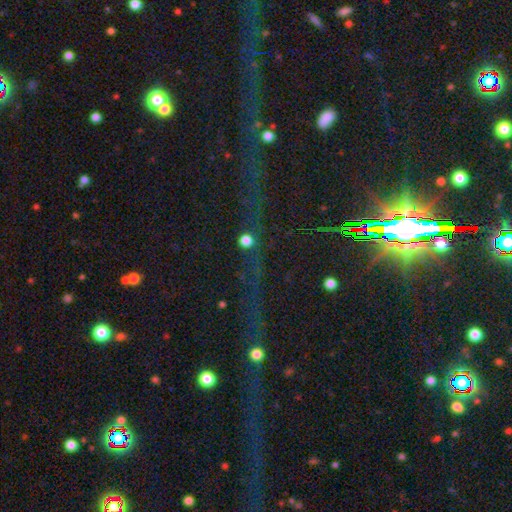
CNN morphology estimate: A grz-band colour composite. It shows a star or artifact, not a galaxy (80%).